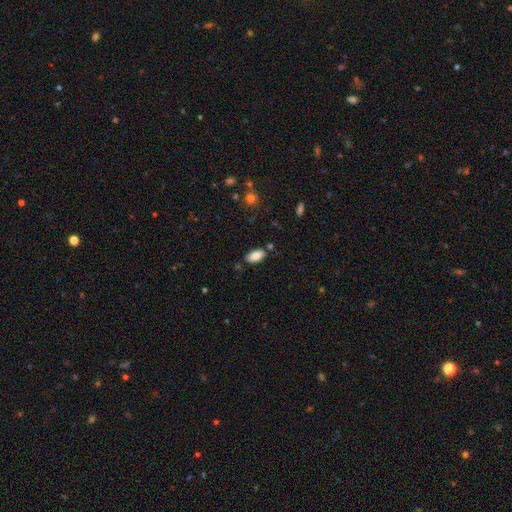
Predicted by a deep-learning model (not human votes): A smooth galaxy with no disk features (80%) that is in between round and cigar-shaped (92%). Merging: none (82%).